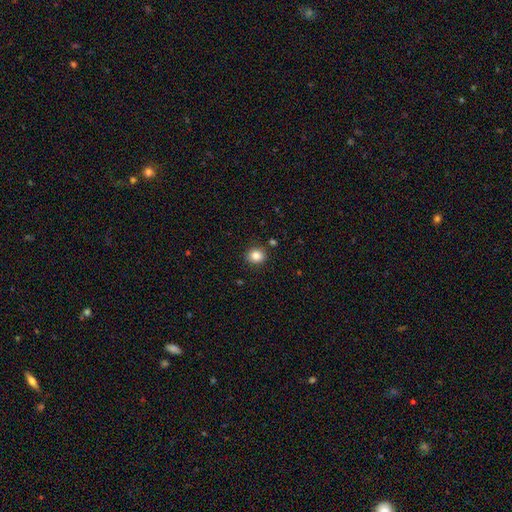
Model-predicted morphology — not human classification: Smooth or featured: smooth — 84% (star or artifact — 11%)
How rounded: round — 79% (in between — 20%)
Merging: none — 87% (minor disturbance — 8%)